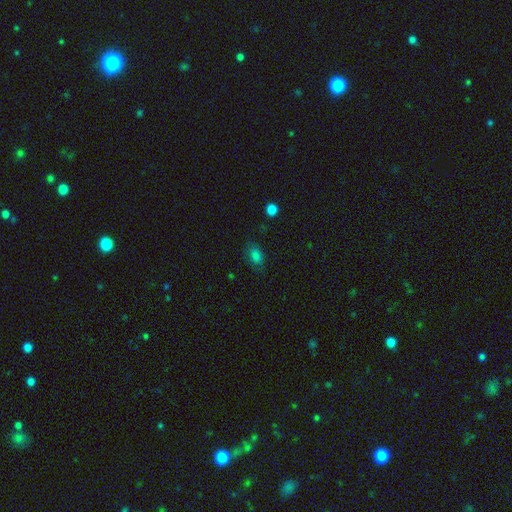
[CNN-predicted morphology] A smooth galaxy with no disk features (80%) that is in between round and cigar-shaped (85%).

Vote fractions:
- Smooth or featured? smooth: 80% / star or artifact: 13% / featured or disk: 7%
- How rounded? in between: 85% / round: 12% / cigar-shaped: 3%
- Merging? none: 75% / minor disturbance: 18% / major disturbance: 6% / merger: 2%